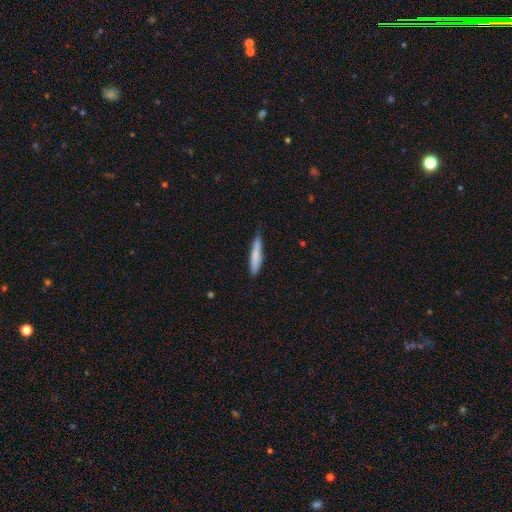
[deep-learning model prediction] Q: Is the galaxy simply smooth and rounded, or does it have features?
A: smooth — 78%.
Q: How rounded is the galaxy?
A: cigar-shaped — 89%.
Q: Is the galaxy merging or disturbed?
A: none — 77%.